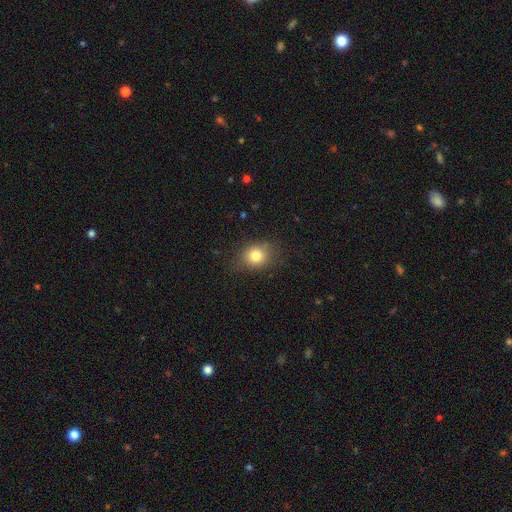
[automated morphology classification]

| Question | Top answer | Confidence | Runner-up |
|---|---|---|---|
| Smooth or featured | smooth | 80% | star or artifact (11%) |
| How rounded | round | 65% | in between (34%) |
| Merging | none | 77% | minor disturbance (17%) |